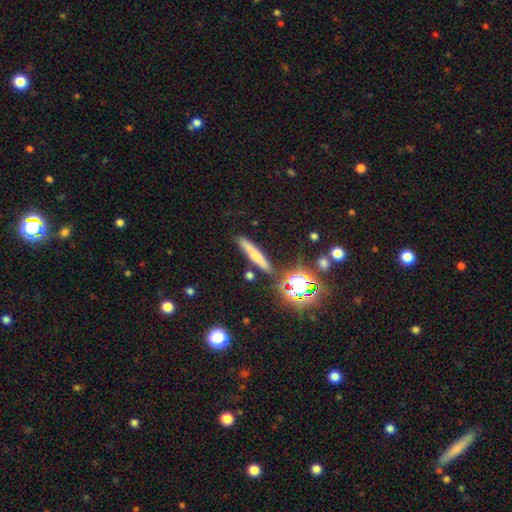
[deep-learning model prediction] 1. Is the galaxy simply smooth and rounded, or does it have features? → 49% smooth, 33% featured or disk, 17% star or artifact.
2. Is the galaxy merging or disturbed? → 82% none, 10% minor disturbance, 5% merger, 3% major disturbance.